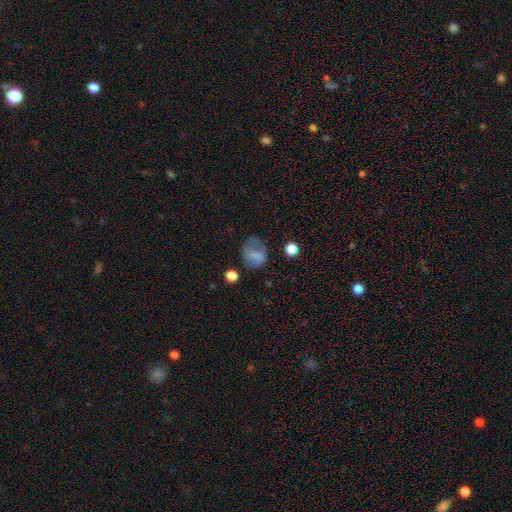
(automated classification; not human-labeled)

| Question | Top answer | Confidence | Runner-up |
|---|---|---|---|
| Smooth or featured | smooth | 62% | featured or disk (24%) |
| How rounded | round | 51% | in between (47%) |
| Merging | none | 50% | minor disturbance (26%) |